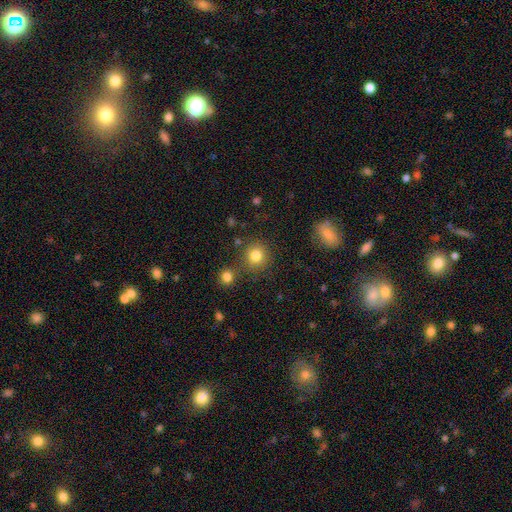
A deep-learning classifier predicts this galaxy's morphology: Overall: smooth (82%). How rounded: round (90%). Merging: none (79%).